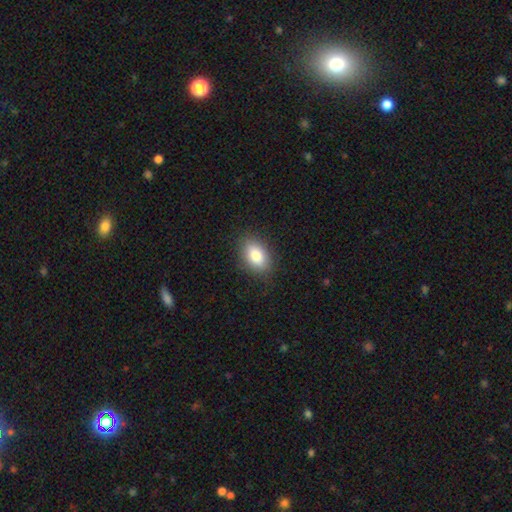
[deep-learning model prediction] smooth_or_featured: smooth (p=0.83) [alt: featured or disk p=0.10]
how_rounded: in between (p=0.88) [alt: round p=0.10]
merging: none (p=0.86) [alt: minor disturbance p=0.11]